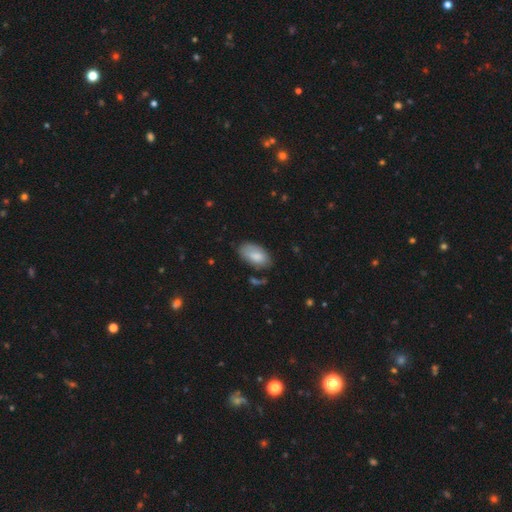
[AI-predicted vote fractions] Smooth or featured: smooth — 81% (featured or disk — 12%)
How rounded: in between — 94% (round — 3%)
Merging: none — 70% (minor disturbance — 21%)